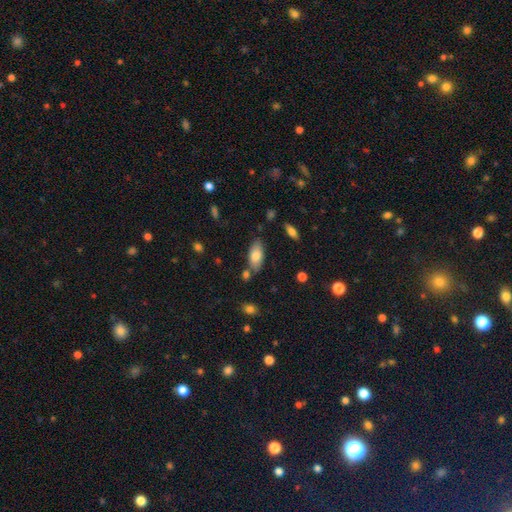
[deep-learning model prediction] smooth-or-featured: smooth: 78% | featured or disk: 15% | star or artifact: 7%
  how-rounded: in between: 89% | cigar-shaped: 9% | round: 2%
  merging: none: 75% | minor disturbance: 14% | merger: 8% | major disturbance: 3%